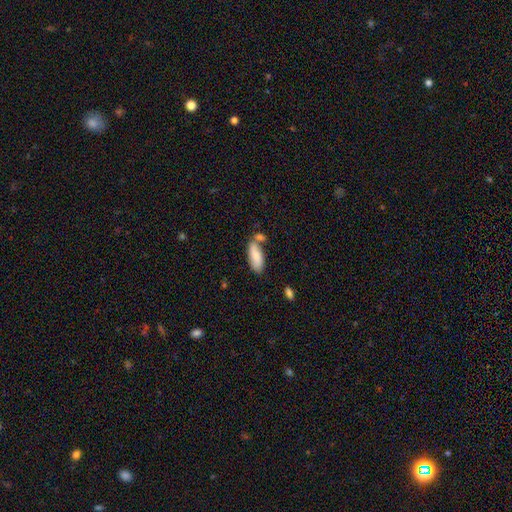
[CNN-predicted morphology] Smooth or featured? Predicted: smooth (p=0.81). How rounded? Predicted: in between (p=0.78). Merging? Predicted: none (p=0.57).